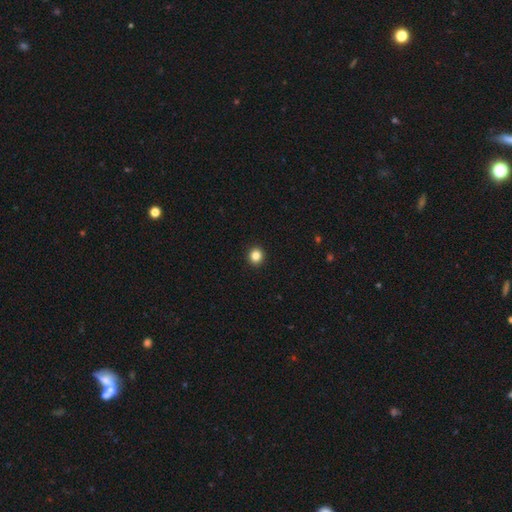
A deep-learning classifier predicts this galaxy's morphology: A smooth galaxy with no disk features (84%) that is round (89%).

Vote fractions:
- Smooth or featured? smooth: 84% / star or artifact: 11% / featured or disk: 5%
- How rounded? round: 89% / in between: 10% / cigar-shaped: 1%
- Merging? none: 94% / minor disturbance: 4% / major disturbance: 1% / merger: 1%